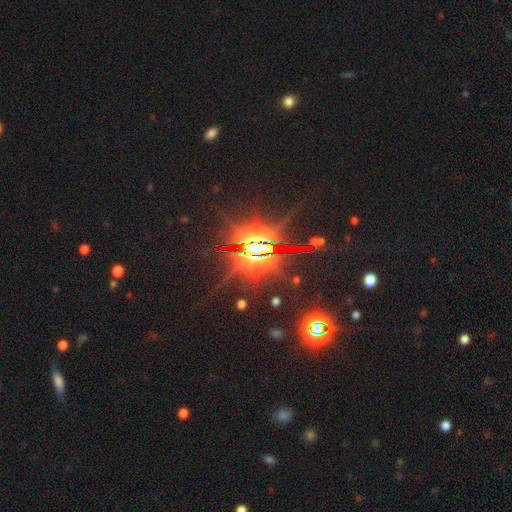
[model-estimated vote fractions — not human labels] Overall: star or artifact (84%).